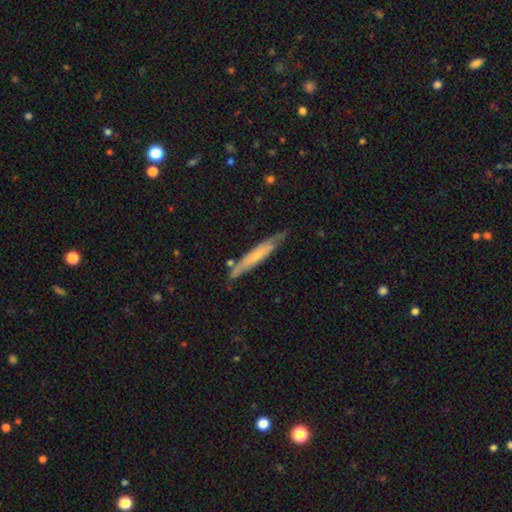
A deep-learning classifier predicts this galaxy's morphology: featured or disk 48%, smooth 47%, star or artifact 6%. Down the decision tree: merging — none (75%).